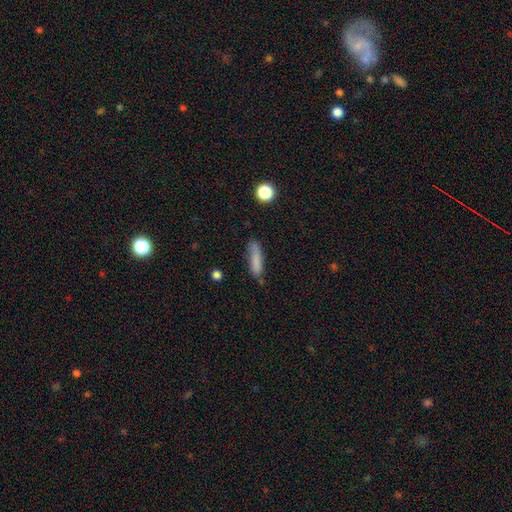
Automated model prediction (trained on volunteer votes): A smooth galaxy with no disk features (82%) that is cigar-shaped (74%).

Vote fractions:
- Smooth or featured? smooth: 82% / featured or disk: 10% / star or artifact: 8%
- How rounded? cigar-shaped: 74% / in between: 24% / round: 2%
- Merging? none: 71% / minor disturbance: 20% / major disturbance: 5% / merger: 4%